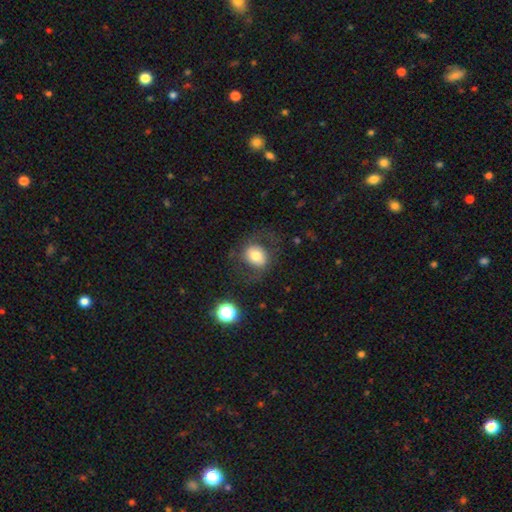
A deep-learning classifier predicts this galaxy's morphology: The model was most divided on "how rounded": round: 61%, in between: 38%, cigar-shaped: 1%. More confident: merging — none (66%); smooth or featured — smooth (63%).